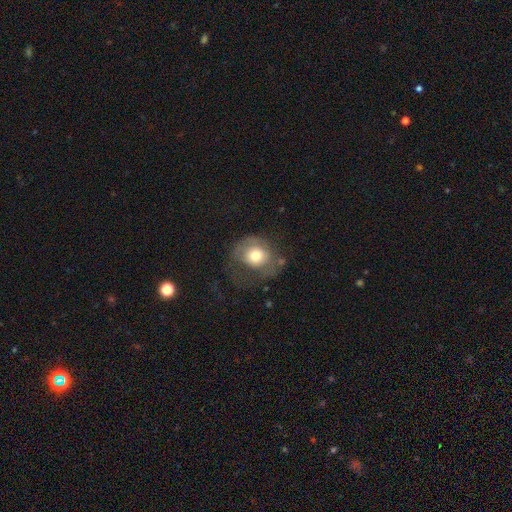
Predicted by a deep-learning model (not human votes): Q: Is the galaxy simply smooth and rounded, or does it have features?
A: smooth — 66%.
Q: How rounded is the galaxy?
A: round — 61%.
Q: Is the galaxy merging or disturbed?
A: none — 38%.